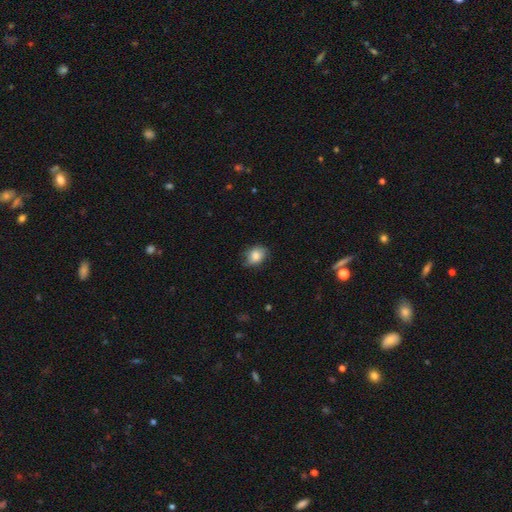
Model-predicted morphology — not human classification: Overall: smooth (82%). How rounded: in between (67%; round 32%). Merging: none (64%; minor disturbance 28%).